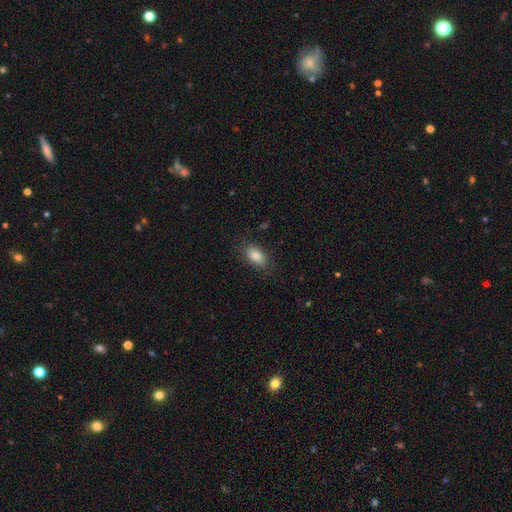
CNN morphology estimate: Smooth or featured? smooth (86%)
How rounded? in between (90%)
Merging? none (83%)